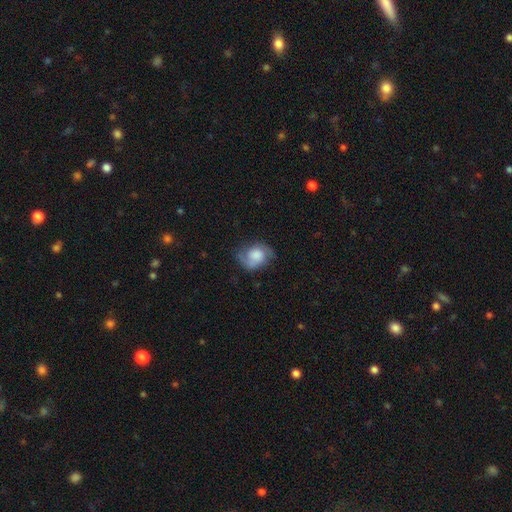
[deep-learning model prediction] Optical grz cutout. It shows a featured or disk galaxy (48%). Merging: none (58%).